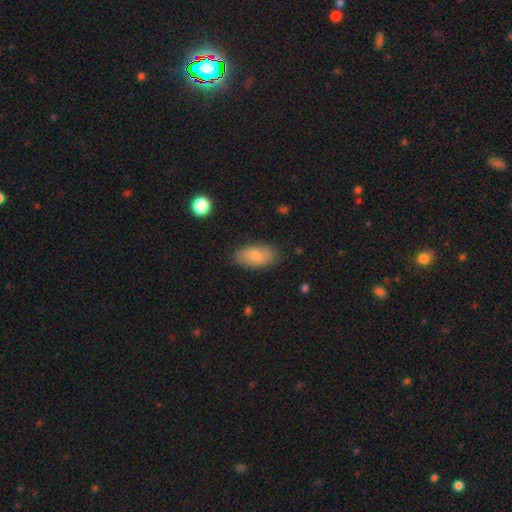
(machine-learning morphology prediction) smooth_or_featured: smooth (p=0.78) [alt: featured or disk p=0.16]
how_rounded: in between (p=0.93) [alt: cigar-shaped p=0.04]
merging: none (p=0.82) [alt: minor disturbance p=0.14]